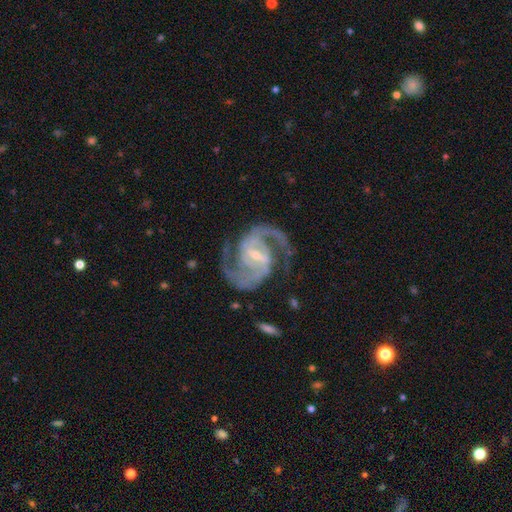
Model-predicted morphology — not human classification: A featured or disk galaxy (94%) with a weak bar (47%), 2 (93%) medium (66%) spiral arms (99%) and a small central bulge (65%). Merging: none (77%).